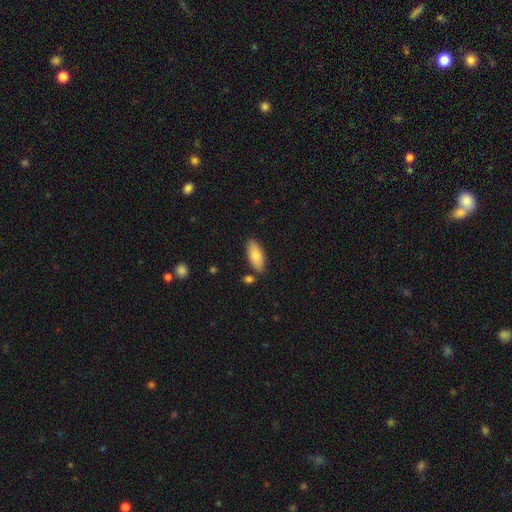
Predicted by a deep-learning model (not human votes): Overall: smooth (79%). How rounded: in between (87%). Merging: none (83%).